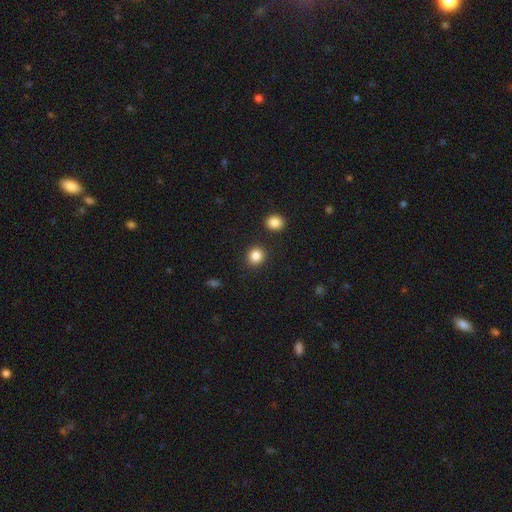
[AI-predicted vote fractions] Smooth or featured? Predicted: smooth (p=0.86). How rounded? Predicted: round (p=0.82). Merging? Predicted: none (p=0.88).